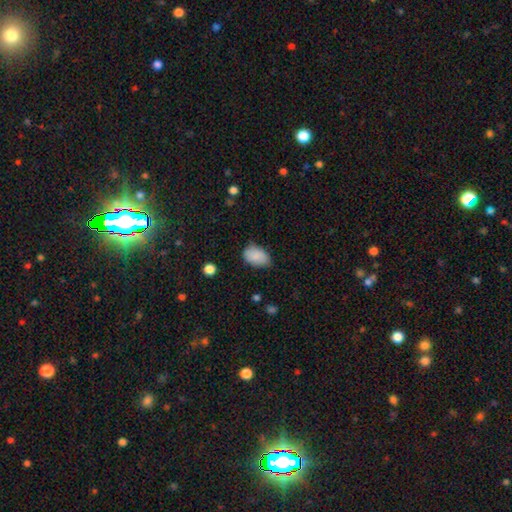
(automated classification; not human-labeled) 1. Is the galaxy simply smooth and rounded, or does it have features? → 85% smooth, 8% featured or disk, 7% star or artifact.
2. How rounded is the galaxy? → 87% in between, 11% round, 1% cigar-shaped.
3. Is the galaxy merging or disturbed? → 68% none, 26% minor disturbance, 5% major disturbance, 1% merger.